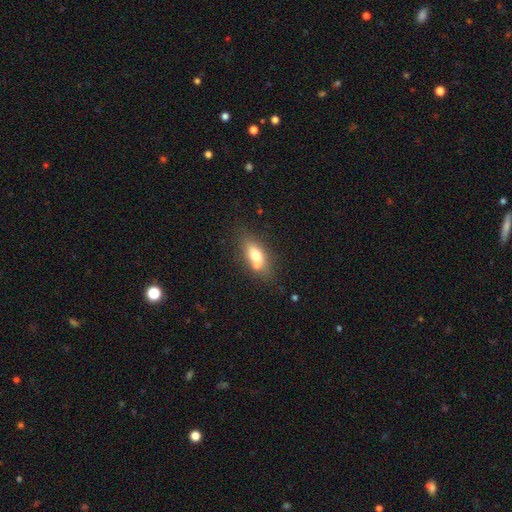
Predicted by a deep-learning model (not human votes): Q: Smooth or featured?
A: smooth (67%); runner-up: featured or disk (24%)
Q: How rounded?
A: in between (77%); runner-up: cigar-shaped (15%)
Q: Merging?
A: none (53%); runner-up: merger (29%)